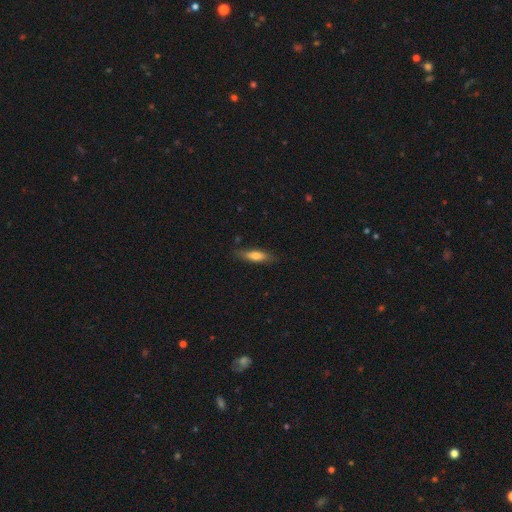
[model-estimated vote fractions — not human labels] Smooth or featured: smooth — 66% (featured or disk — 27%)
How rounded: cigar-shaped — 59% (in between — 39%)
Merging: none — 79% (minor disturbance — 16%)